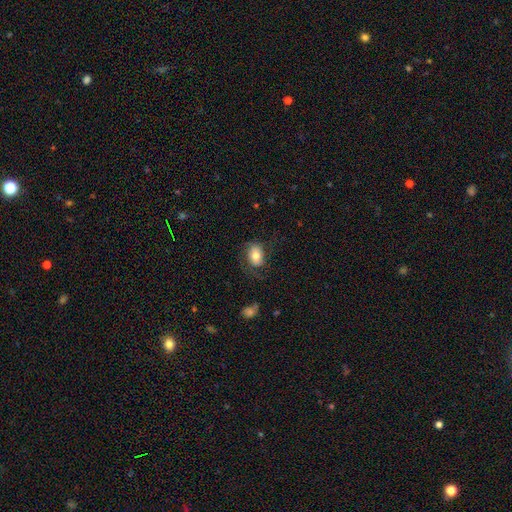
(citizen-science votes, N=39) A smooth galaxy with no disk features (64%) that is in between round and cigar-shaped (72%). Merging: none (53%).